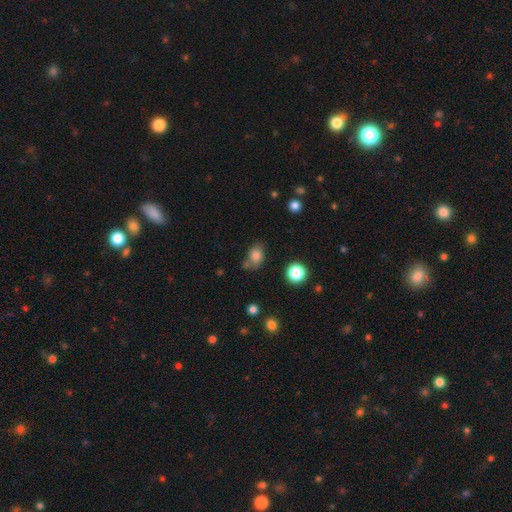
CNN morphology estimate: Smooth or featured? Predicted: smooth (p=0.80). How rounded? Predicted: in between (p=0.55). Merging? Predicted: none (p=0.61).